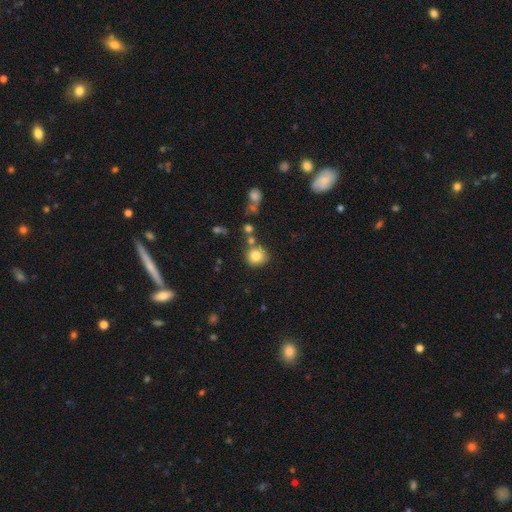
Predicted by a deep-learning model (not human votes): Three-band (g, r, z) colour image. It shows a smooth galaxy with no disk features (82%) that is round (88%). Merging: none (74%).